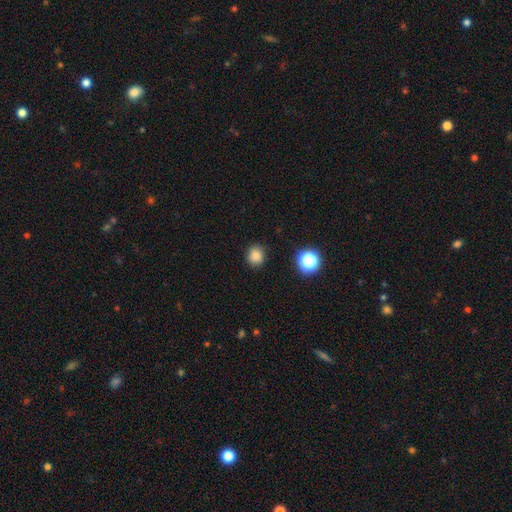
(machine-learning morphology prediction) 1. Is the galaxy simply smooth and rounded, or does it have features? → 83% smooth, 13% star or artifact, 4% featured or disk.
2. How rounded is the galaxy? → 79% round, 20% in between, 1% cigar-shaped.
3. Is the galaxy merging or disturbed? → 88% none, 8% minor disturbance, 2% major disturbance, 1% merger.